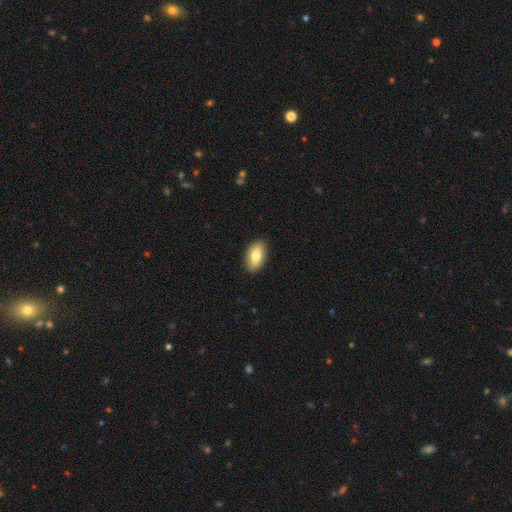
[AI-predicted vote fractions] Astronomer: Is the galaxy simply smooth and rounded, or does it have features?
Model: smooth — 79%.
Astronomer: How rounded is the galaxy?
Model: in between — 93%.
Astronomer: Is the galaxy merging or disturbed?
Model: none — 90%.